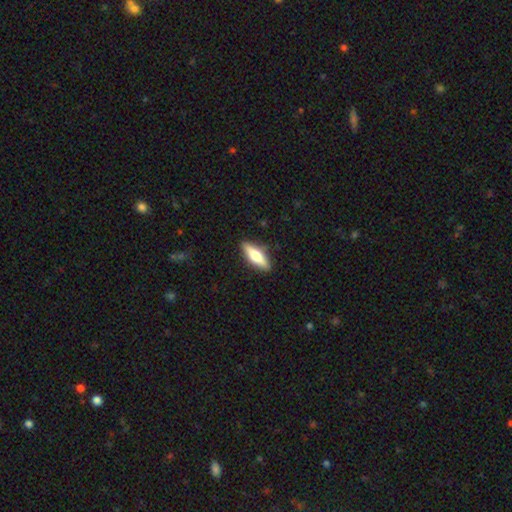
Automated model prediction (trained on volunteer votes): This appears to be a smooth galaxy with no disk features (53%) that is cigar-shaped (51%). Merging: none (88%).